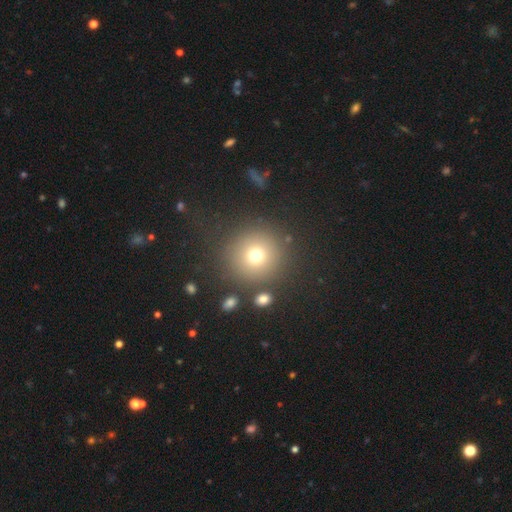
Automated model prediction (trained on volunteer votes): A smooth galaxy with no disk features (73%) that is round (94%).

Vote fractions:
- Smooth or featured? smooth: 73% / star or artifact: 16% / featured or disk: 11%
- How rounded? round: 94% / in between: 5% / cigar-shaped: 1%
- Merging? none: 85% / minor disturbance: 7% / major disturbance: 4% / merger: 4%